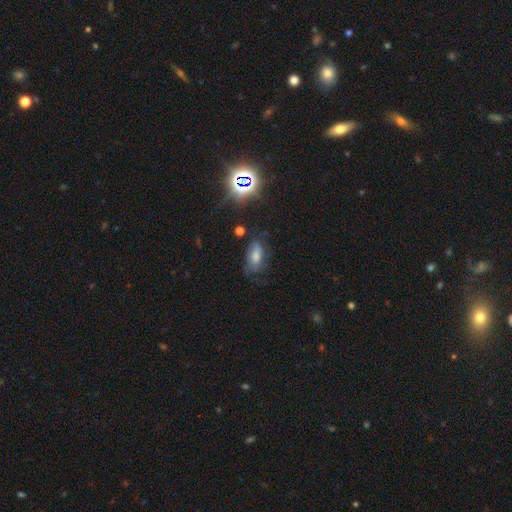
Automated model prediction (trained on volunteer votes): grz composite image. It shows a smooth galaxy with no disk features (37%). Merging: none (60%).